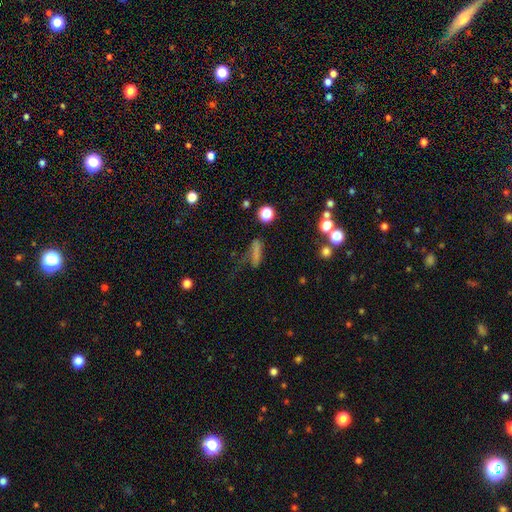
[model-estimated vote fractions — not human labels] Smooth or featured? smooth (61%)
How rounded? cigar-shaped (62%)
Merging? none (43%)